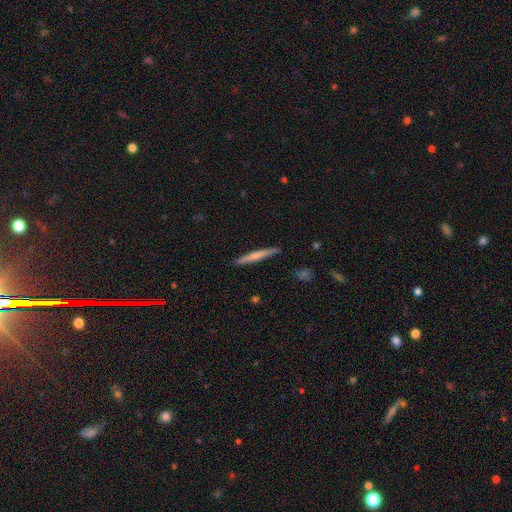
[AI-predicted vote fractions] smooth 61%, featured or disk 33%, star or artifact 5%. Down the decision tree: how rounded — cigar-shaped (96%); merging — none (91%).